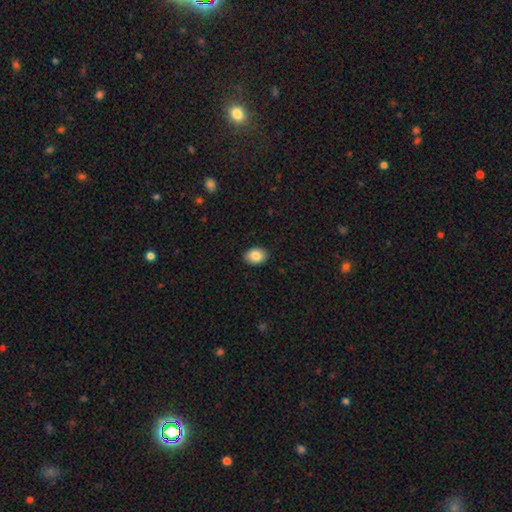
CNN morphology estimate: Smooth or featured?
  - smooth: 86% *
  - star or artifact: 8%
  - featured or disk: 7%
How rounded?
  - in between: 71% *
  - round: 29%
  - cigar-shaped: 1%
Merging?
  - none: 90% *
  - minor disturbance: 7%
  - major disturbance: 2%
  - merger: 1%